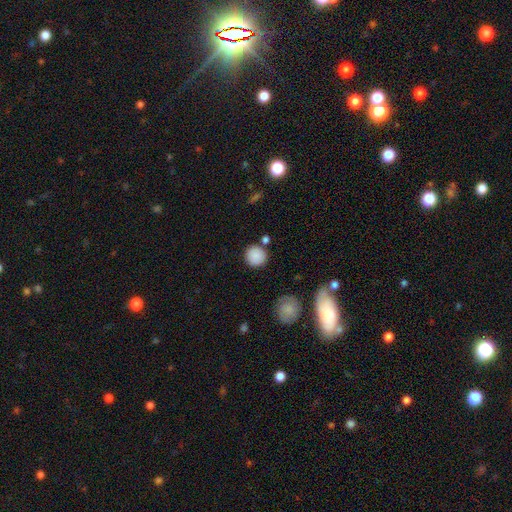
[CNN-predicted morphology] Overall: smooth (87%). How rounded: round (93%). Merging: none (80%).